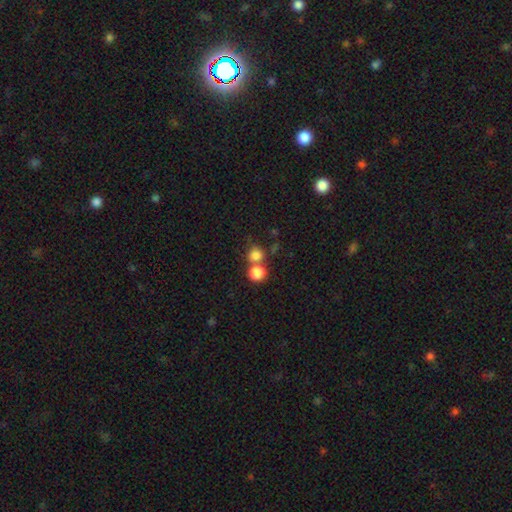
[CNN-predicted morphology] A smooth galaxy with no disk features (81%) that is round (87%). Merging: none (49%).